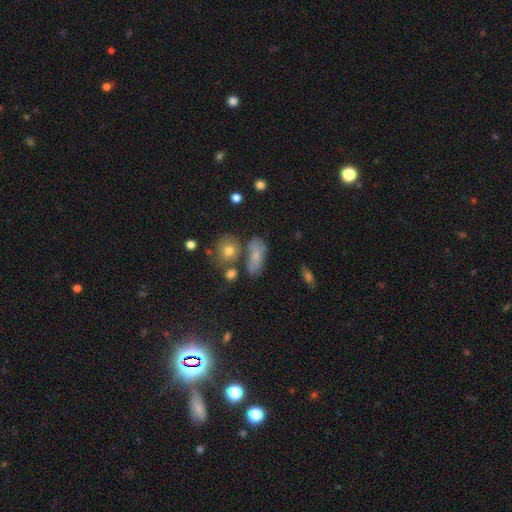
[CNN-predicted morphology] Q: Smooth or featured?
A: smooth (62%); runner-up: featured or disk (27%)
Q: How rounded?
A: in between (77%); runner-up: round (14%)
Q: Merging?
A: none (46%); runner-up: merger (23%)